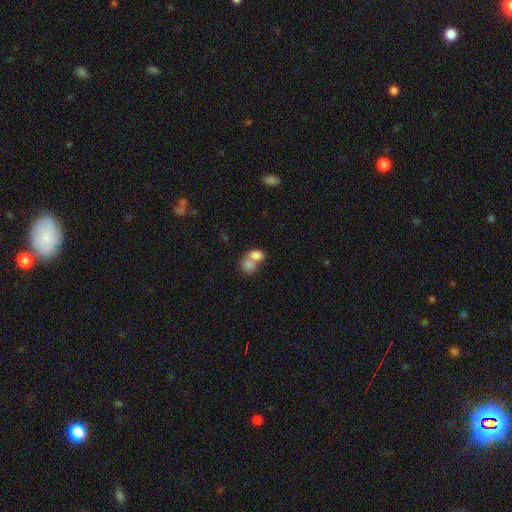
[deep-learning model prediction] A smooth galaxy with no disk features (79%) that is in between round and cigar-shaped (65%). Merging: merger (69%).